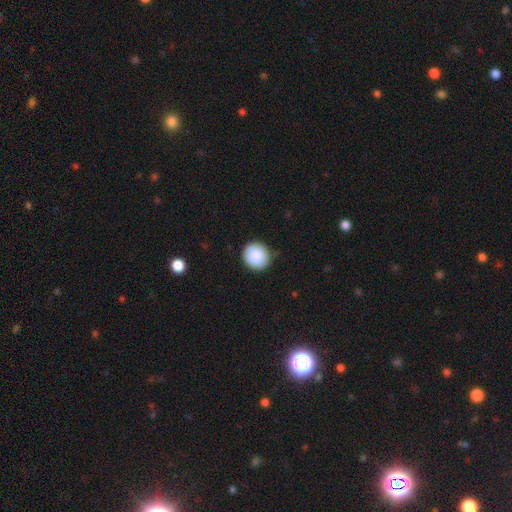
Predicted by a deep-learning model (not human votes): This is clearly a smooth galaxy (89%). How rounded: clearly round (90%). Merging: clearly none (85%).